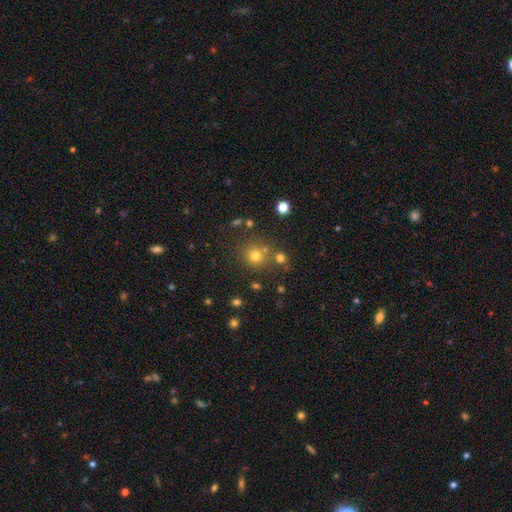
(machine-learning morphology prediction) Smooth or featured? smooth (73%)
How rounded? round (91%)
Merging? none (74%)